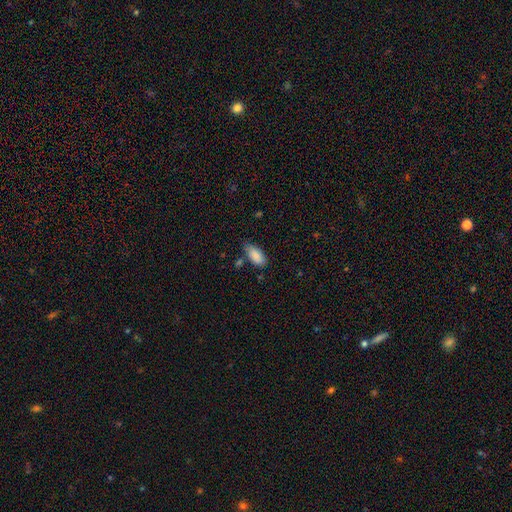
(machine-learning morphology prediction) Smooth or featured?
  - smooth: 88% *
  - star or artifact: 7%
  - featured or disk: 6%
How rounded?
  - in between: 89% *
  - cigar-shaped: 8%
  - round: 2%
Merging?
  - none: 63% *
  - minor disturbance: 27%
  - merger: 5%
  - major disturbance: 5%